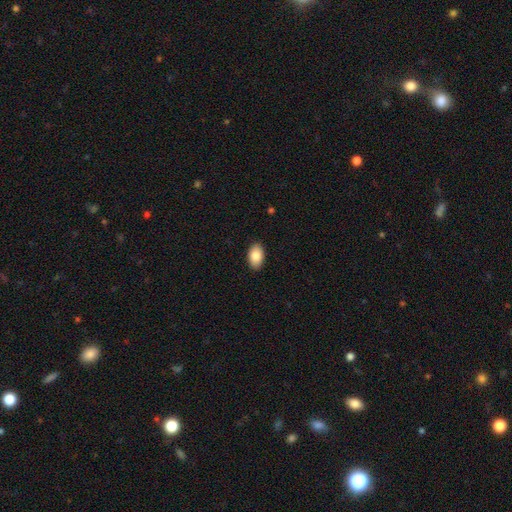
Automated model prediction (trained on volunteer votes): Q: Smooth or featured?
A: smooth (87%); runner-up: star or artifact (7%)
Q: How rounded?
A: in between (93%); runner-up: round (6%)
Q: Merging?
A: none (90%); runner-up: minor disturbance (8%)